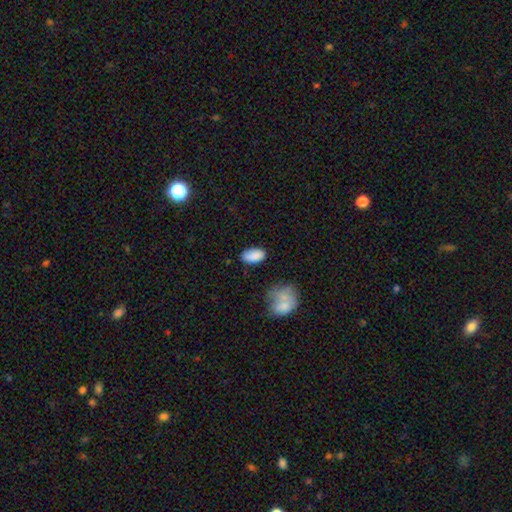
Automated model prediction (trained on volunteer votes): The model was most divided on "merging": none: 76%, minor disturbance: 17%, major disturbance: 4%, merger: 3%. More confident: how rounded — in between (94%); smooth or featured — smooth (88%).